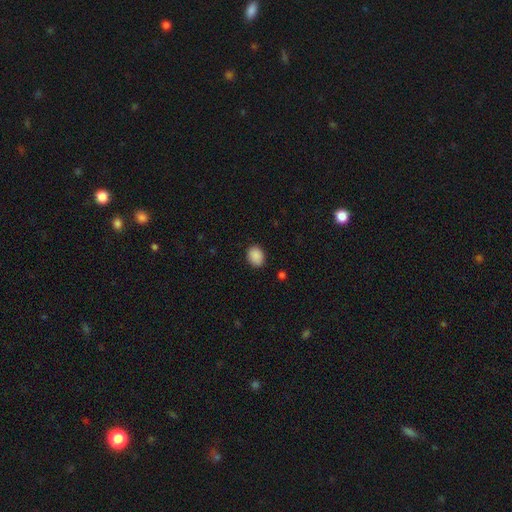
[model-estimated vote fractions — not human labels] Smooth or featured?
  - smooth: 89% *
  - star or artifact: 8%
  - featured or disk: 3%
How rounded?
  - in between: 55% *
  - round: 44%
  - cigar-shaped: 1%
Merging?
  - none: 87% *
  - minor disturbance: 10%
  - major disturbance: 2%
  - merger: 1%